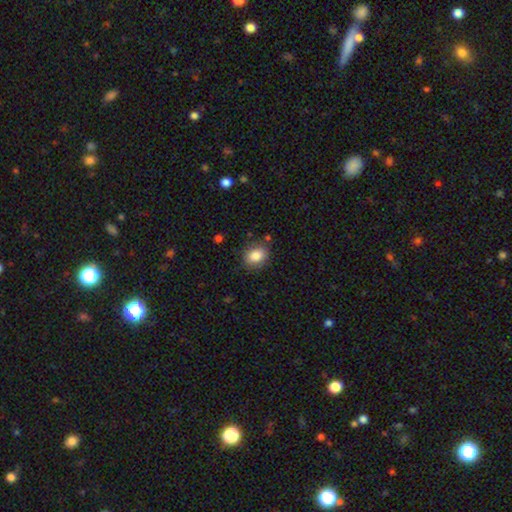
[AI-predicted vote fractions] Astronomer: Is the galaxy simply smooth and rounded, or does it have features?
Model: smooth — 85%.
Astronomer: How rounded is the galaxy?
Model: in between — 64%.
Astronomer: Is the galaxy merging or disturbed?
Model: none — 82%.